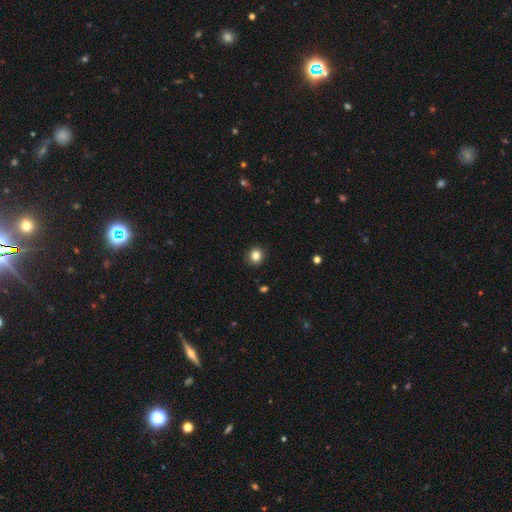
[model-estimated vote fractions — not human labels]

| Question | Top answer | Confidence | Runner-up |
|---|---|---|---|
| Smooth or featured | smooth | 84% | star or artifact (11%) |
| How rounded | round | 85% | in between (14%) |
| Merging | none | 92% | minor disturbance (6%) |